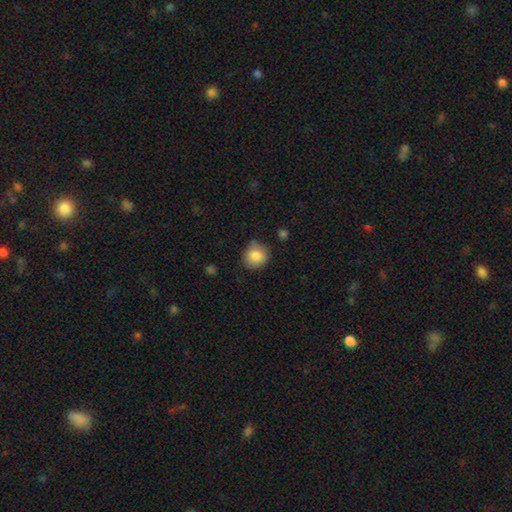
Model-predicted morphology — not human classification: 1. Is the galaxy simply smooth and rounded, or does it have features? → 84% smooth, 8% star or artifact, 7% featured or disk.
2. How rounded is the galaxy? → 85% round, 14% in between, 1% cigar-shaped.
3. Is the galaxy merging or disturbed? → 72% none, 21% minor disturbance, 4% major disturbance, 2% merger.